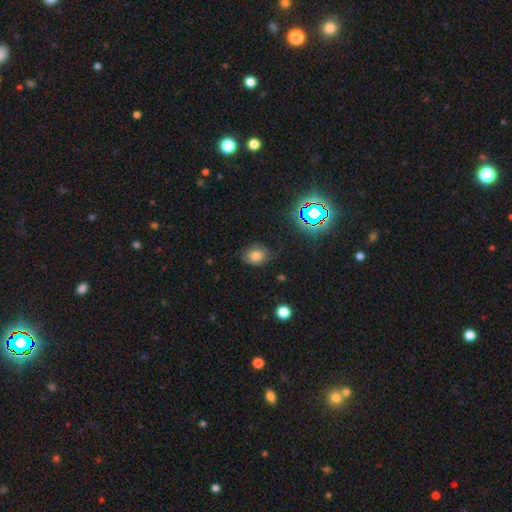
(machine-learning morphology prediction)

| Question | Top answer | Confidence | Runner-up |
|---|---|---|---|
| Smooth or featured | smooth | 69% | star or artifact (18%) |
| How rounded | in between | 55% | round (44%) |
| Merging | none | 73% | minor disturbance (19%) |